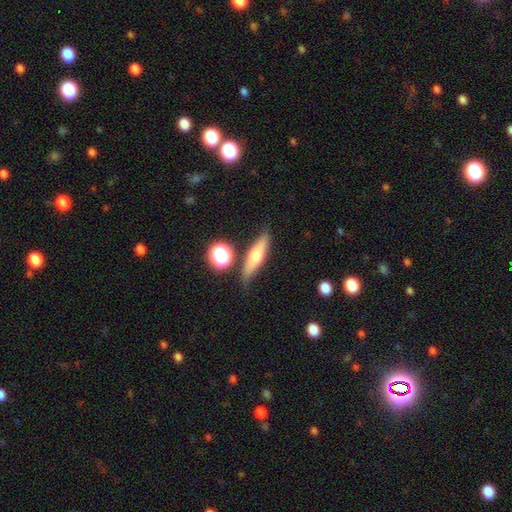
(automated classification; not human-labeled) Smooth or featured: smooth — 49% (featured or disk — 42%)
Merging: none — 78% (minor disturbance — 13%)